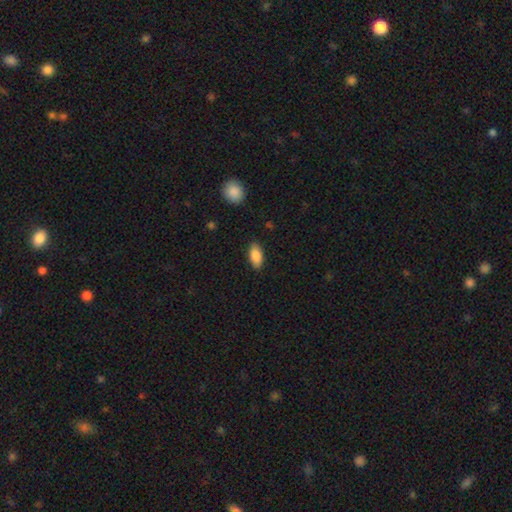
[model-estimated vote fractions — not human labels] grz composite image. It shows a smooth galaxy with no disk features (87%) that is in between round and cigar-shaped (92%). Merging: none (85%).